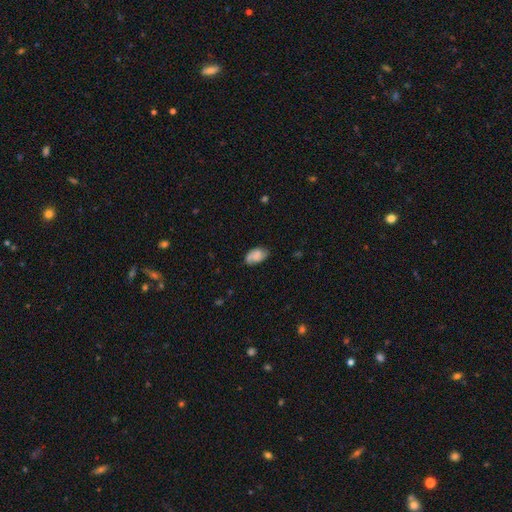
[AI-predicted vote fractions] A smooth galaxy with no disk features (69%) that is in between round and cigar-shaped (92%). Merging: none (65%).